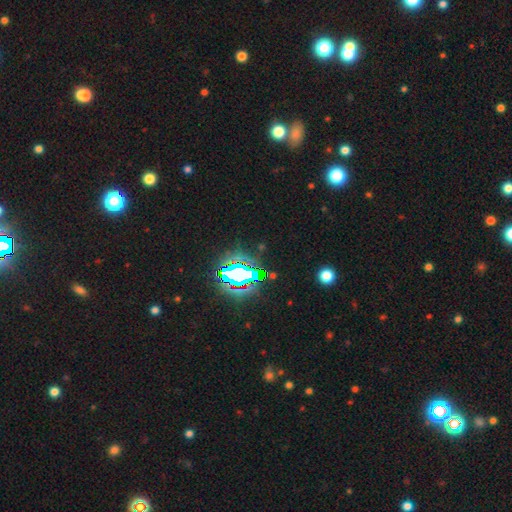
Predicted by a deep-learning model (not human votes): This is likely a star or artifact rather than a galaxy (78%).